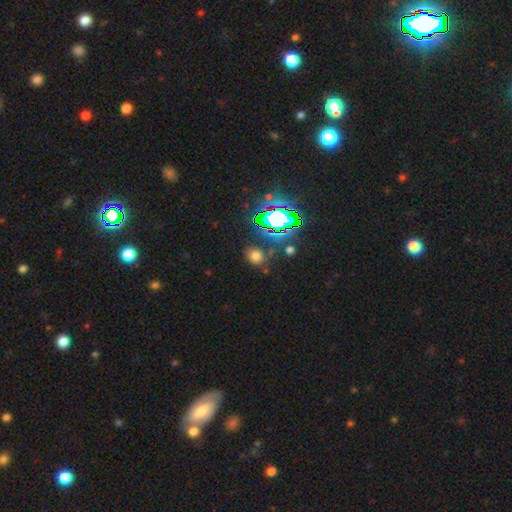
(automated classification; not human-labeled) Overall: smooth (63%; star or artifact 30%). How rounded: round (63%; in between 36%). Merging: none (80%).